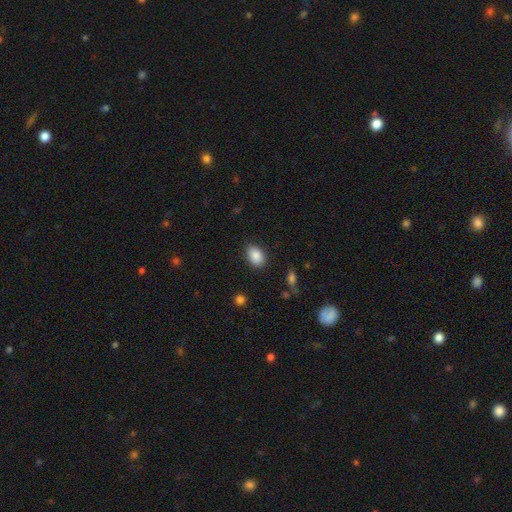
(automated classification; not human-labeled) smooth-or-featured: smooth: 87% | star or artifact: 8% | featured or disk: 5%
  how-rounded: in between: 81% | round: 18% | cigar-shaped: 1%
  merging: none: 85% | minor disturbance: 11% | major disturbance: 3% | merger: 1%